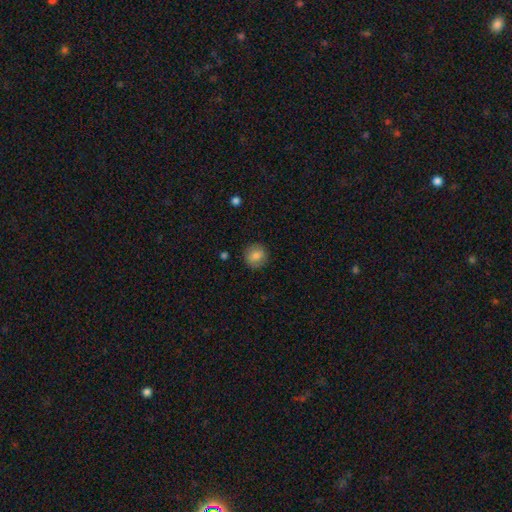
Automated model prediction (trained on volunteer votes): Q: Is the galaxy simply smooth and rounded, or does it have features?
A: smooth — 79%.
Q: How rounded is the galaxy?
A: round — 90%.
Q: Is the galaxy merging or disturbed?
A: none — 89%.